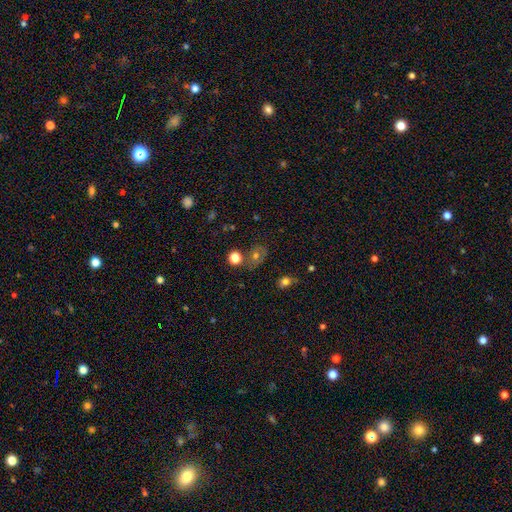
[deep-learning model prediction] Smooth or featured? Predicted: smooth (p=0.53). How rounded? Predicted: round (p=0.59). Merging? Predicted: none (p=0.64).